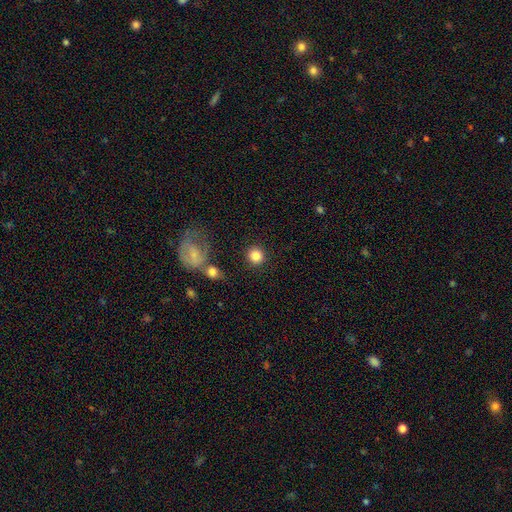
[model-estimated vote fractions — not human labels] A smooth galaxy with no disk features (85%) that is round (91%). Merging: none (85%).